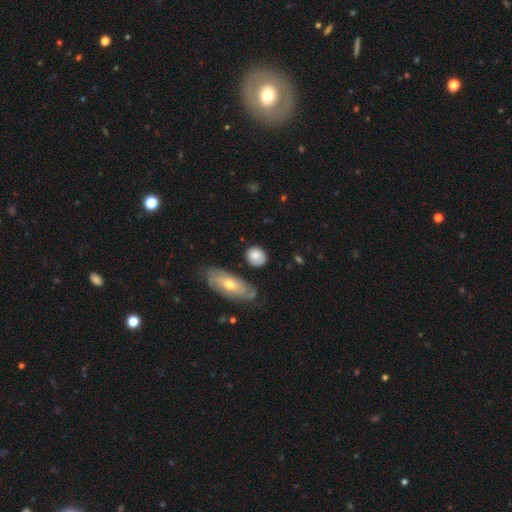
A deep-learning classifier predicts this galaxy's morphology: Smooth or featured?
  - smooth: 80% *
  - featured or disk: 13%
  - star or artifact: 7%
How rounded?
  - round: 68% *
  - in between: 29%
  - cigar-shaped: 3%
Merging?
  - none: 72% *
  - minor disturbance: 18%
  - major disturbance: 5%
  - merger: 5%